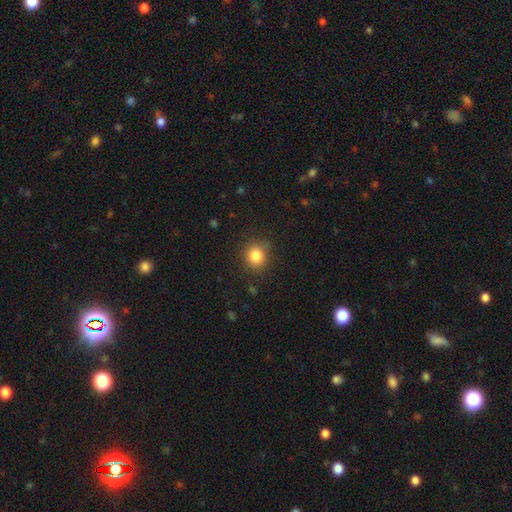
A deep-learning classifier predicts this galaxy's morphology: smooth 84%, star or artifact 11%, featured or disk 5%. Down the decision tree: how rounded — round (85%); merging — none (86%).